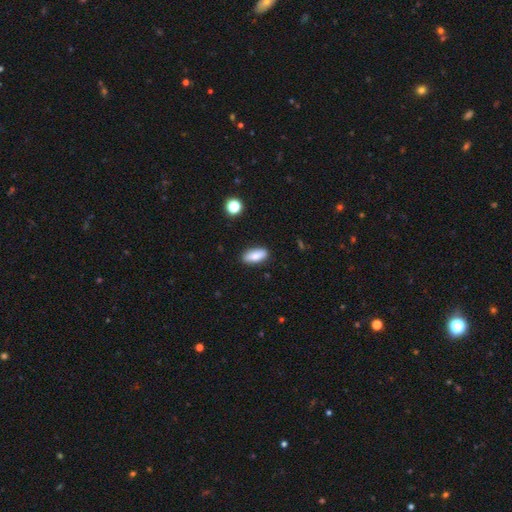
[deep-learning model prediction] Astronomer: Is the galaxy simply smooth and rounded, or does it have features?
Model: smooth — 83%.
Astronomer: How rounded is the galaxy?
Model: in between — 83%.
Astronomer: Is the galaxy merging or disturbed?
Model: none — 88%.